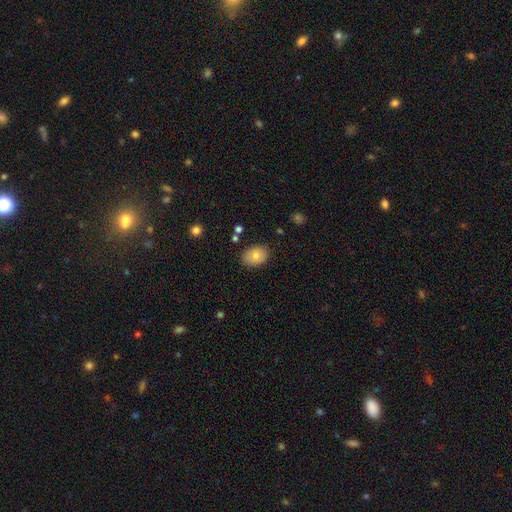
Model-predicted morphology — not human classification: Smooth or featured: smooth — 79% (featured or disk — 13%)
How rounded: in between — 74% (round — 25%)
Merging: none — 82% (minor disturbance — 13%)